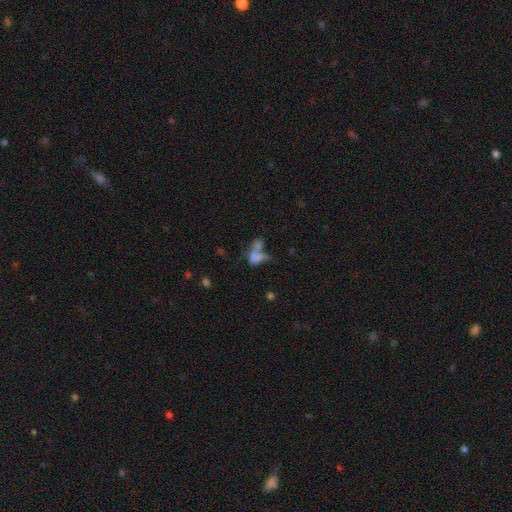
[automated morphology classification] Overall: smooth (62%; featured or disk 23%). How rounded: in between (77%). Merging: merger (56%; none 18%).